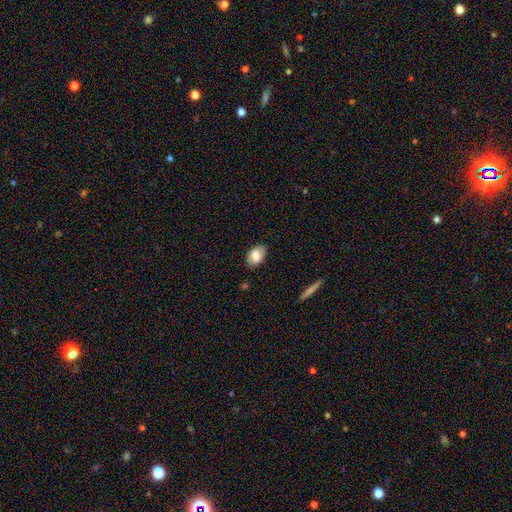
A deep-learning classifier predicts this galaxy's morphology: Q: Smooth or featured?
A: smooth (80%); runner-up: featured or disk (12%)
Q: How rounded?
A: in between (90%); runner-up: round (9%)
Q: Merging?
A: none (81%); runner-up: minor disturbance (15%)